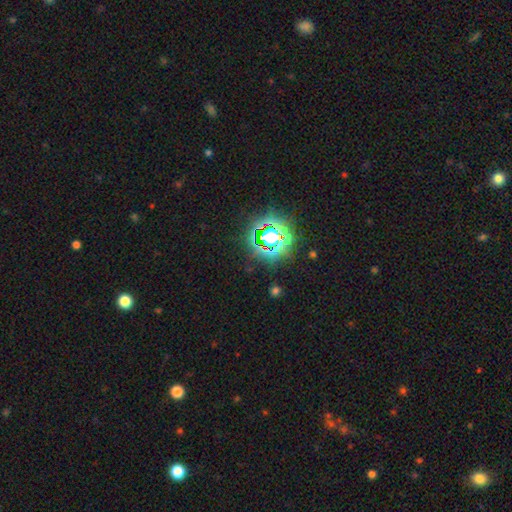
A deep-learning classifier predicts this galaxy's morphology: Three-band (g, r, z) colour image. It shows a star or artifact, not a galaxy (78%).